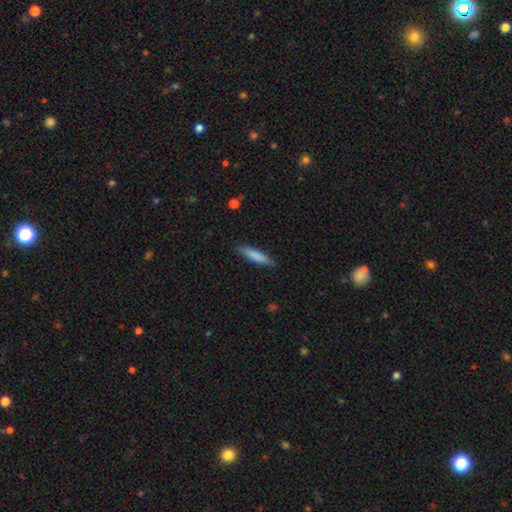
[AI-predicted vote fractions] A smooth galaxy with no disk features (82%) that is cigar-shaped (83%). Merging: none (87%).